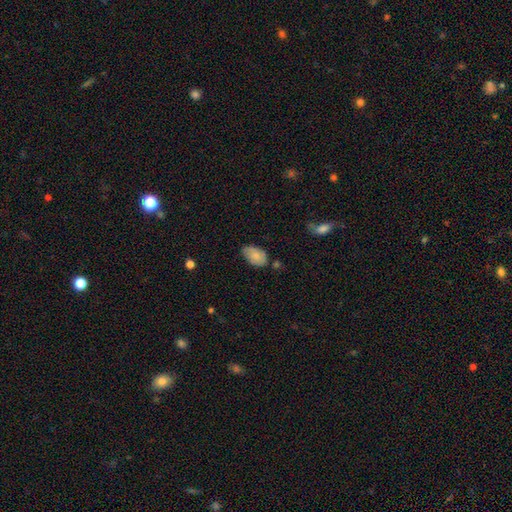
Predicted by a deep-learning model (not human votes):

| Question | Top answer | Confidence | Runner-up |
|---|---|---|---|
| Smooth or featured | smooth | 79% | featured or disk (14%) |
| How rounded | in between | 92% | round (6%) |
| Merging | none | 66% | minor disturbance (25%) |